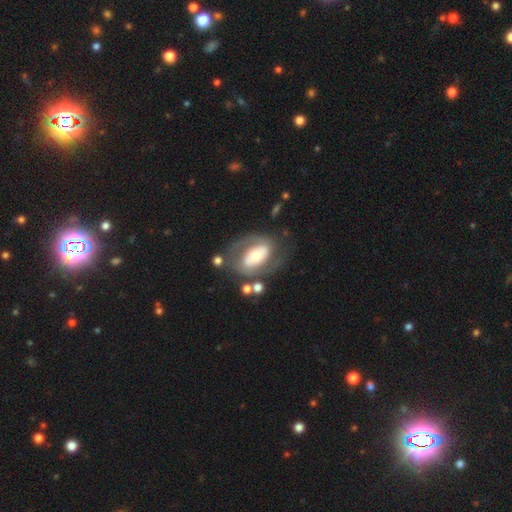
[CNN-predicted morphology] Smooth or featured: featured or disk — 69% (smooth — 26%)
Edge-on disk: no — 94% (yes — 6%)
Bar: no — 41% (strong — 34%)
Spiral arms: yes — 62% (no — 38%)
Bulge size: moderate — 55% (small — 26%)
Merging: none — 63% (minor disturbance — 17%)